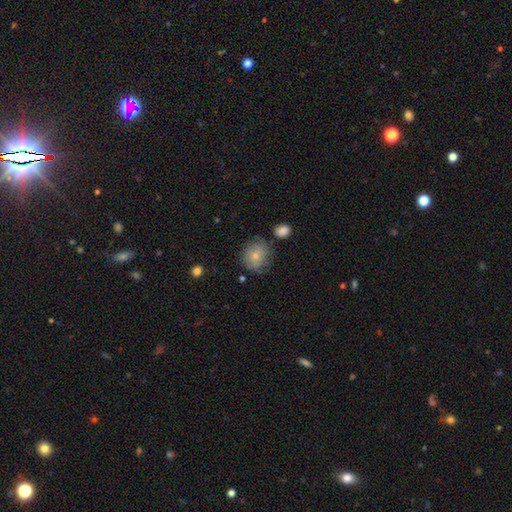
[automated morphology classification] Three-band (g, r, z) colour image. It shows a smooth galaxy with no disk features (63%) that is round (73%). Merging: none (63%).